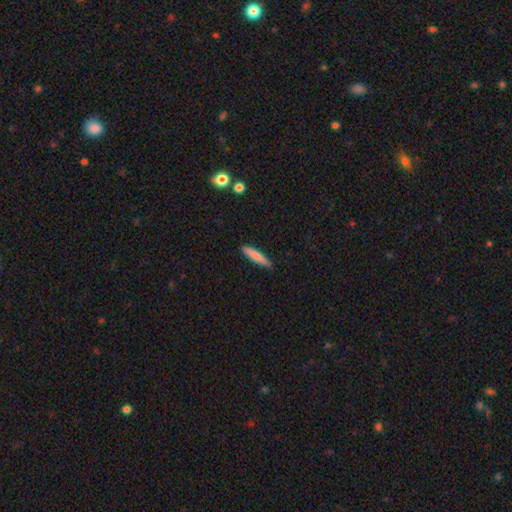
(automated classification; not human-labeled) Smooth or featured? Predicted: smooth (p=0.78). How rounded? Predicted: cigar-shaped (p=0.89). Merging? Predicted: none (p=0.87).